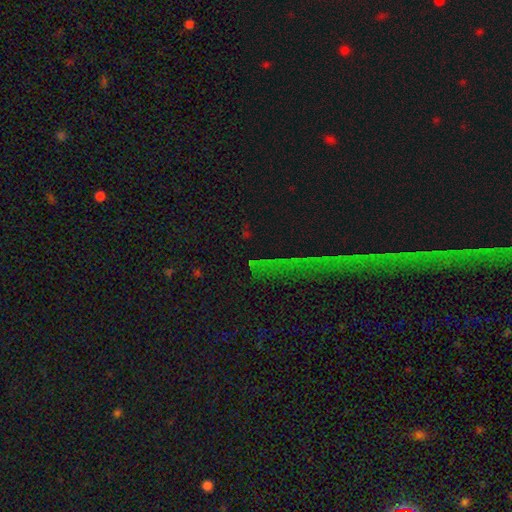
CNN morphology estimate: The model was most divided on "smooth or featured": star or artifact: 75%, smooth: 14%, featured or disk: 11%.